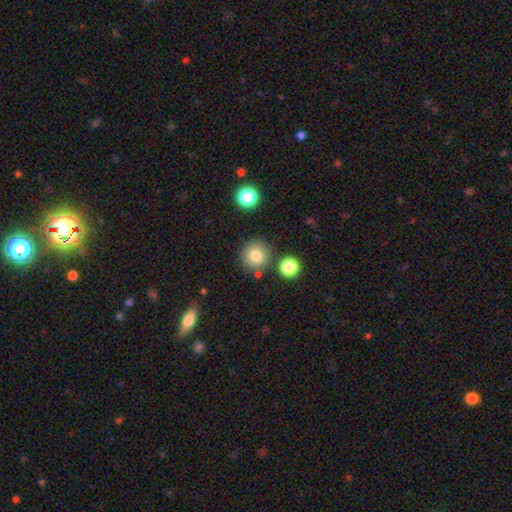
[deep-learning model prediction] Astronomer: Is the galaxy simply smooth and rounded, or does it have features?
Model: smooth — 79%.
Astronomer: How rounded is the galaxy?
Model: round — 93%.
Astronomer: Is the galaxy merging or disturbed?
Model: none — 80%.